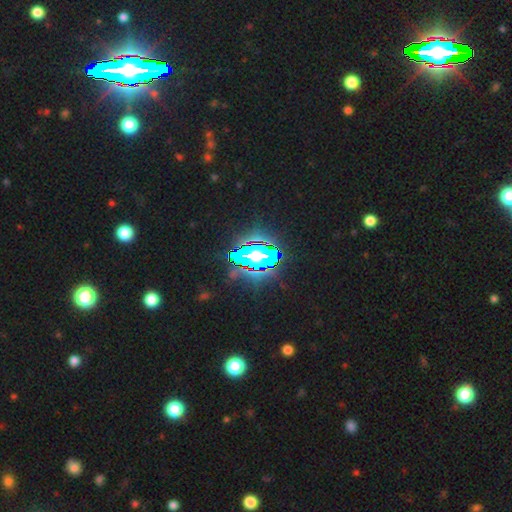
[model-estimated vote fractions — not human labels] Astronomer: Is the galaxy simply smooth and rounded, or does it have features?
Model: star or artifact — 66%.